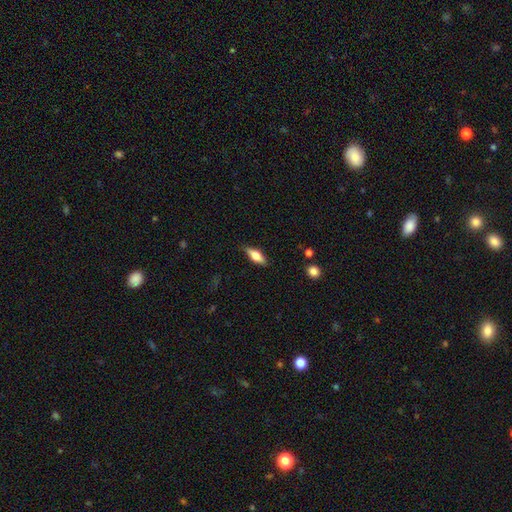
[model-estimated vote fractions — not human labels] smooth 57%, featured or disk 36%, star or artifact 7%. Down the decision tree: how rounded — in between (65%); merging — none (84%).